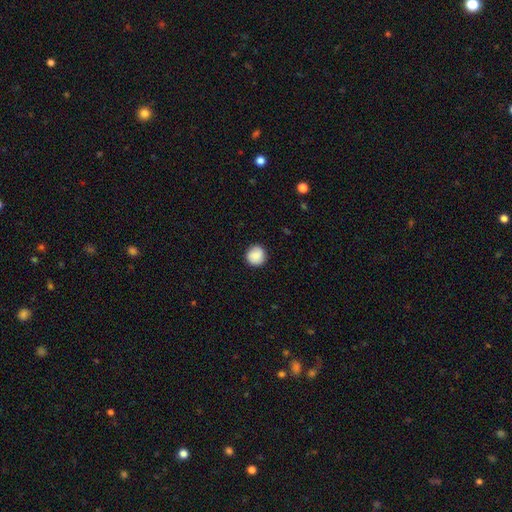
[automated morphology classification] The model was most divided on "smooth or featured": smooth: 86%, star or artifact: 7%, featured or disk: 7%. More confident: how rounded — round (93%); merging — none (89%).